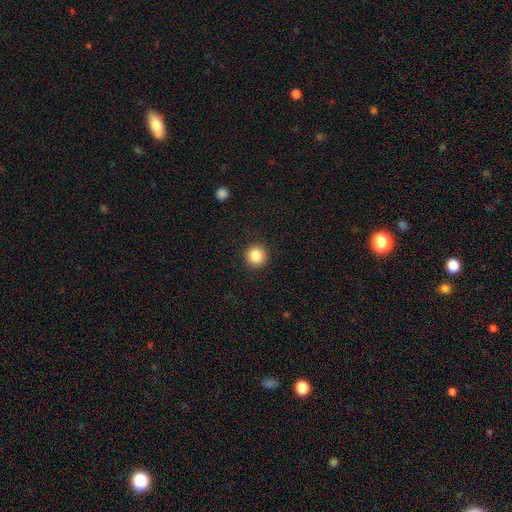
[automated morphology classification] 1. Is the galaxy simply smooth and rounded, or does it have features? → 85% smooth, 10% star or artifact, 5% featured or disk.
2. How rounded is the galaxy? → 95% round, 4% in between, 1% cigar-shaped.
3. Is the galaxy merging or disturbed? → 93% none, 5% minor disturbance, 2% major disturbance, 1% merger.